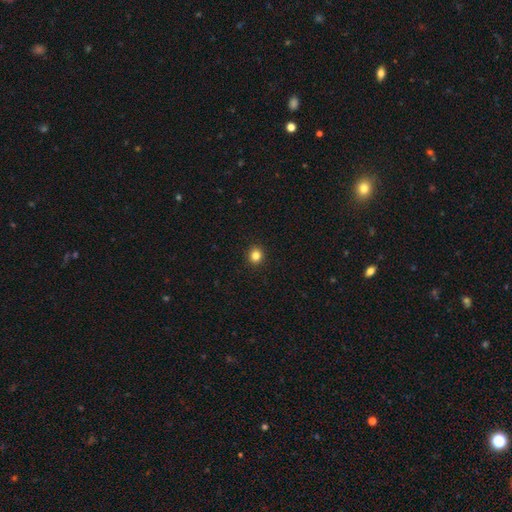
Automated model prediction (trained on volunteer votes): smooth-or-featured: smooth: 83% | star or artifact: 12% | featured or disk: 5%
  how-rounded: round: 87% | in between: 12% | cigar-shaped: 1%
  merging: none: 93% | minor disturbance: 4% | major disturbance: 2% | merger: 1%